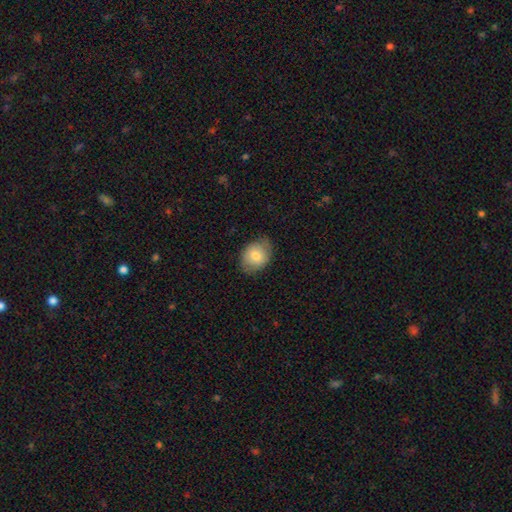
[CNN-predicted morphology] A smooth galaxy with no disk features (74%) that is in between round and cigar-shaped (56%).

Vote fractions:
- Smooth or featured? smooth: 74% / featured or disk: 18% / star or artifact: 7%
- How rounded? in between: 56% / round: 43% / cigar-shaped: 1%
- Merging? none: 74% / minor disturbance: 21% / major disturbance: 4% / merger: 1%